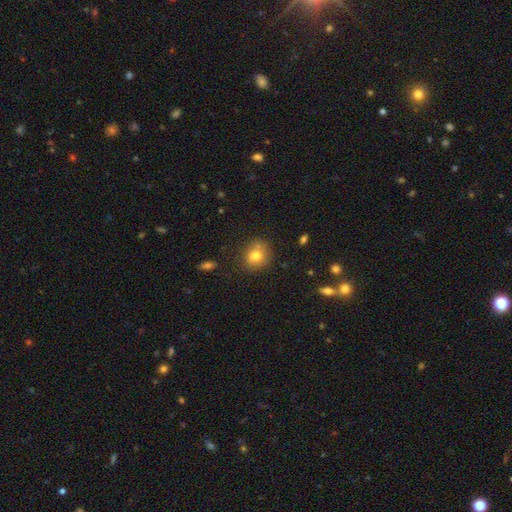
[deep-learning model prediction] smooth-or-featured: smooth: 77% | star or artifact: 12% | featured or disk: 10%
  how-rounded: round: 79% | in between: 20% | cigar-shaped: 1%
  merging: none: 75% | minor disturbance: 15% | merger: 5% | major disturbance: 4%